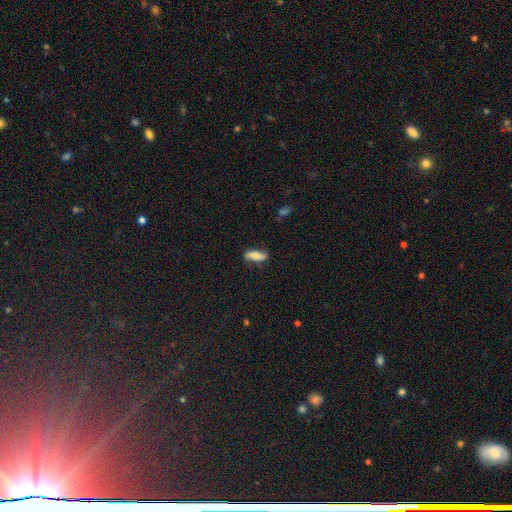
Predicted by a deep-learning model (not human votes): This is likely a smooth galaxy (64%). How rounded: possibly in between (59%). Merging: likely none (79%).